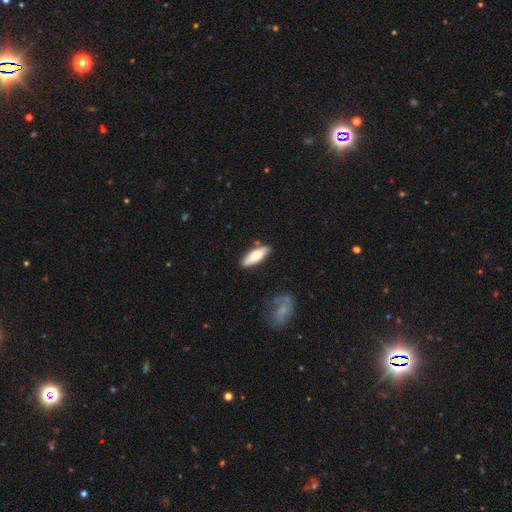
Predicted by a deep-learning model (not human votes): A smooth galaxy with no disk features (70%) that is in between round and cigar-shaped (55%). Merging: none (83%).